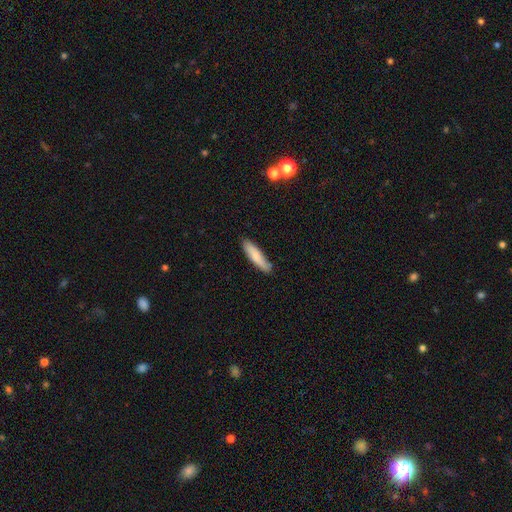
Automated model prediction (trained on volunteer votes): A smooth galaxy with no disk features (81%) that is cigar-shaped (79%).

Vote fractions:
- Smooth or featured? smooth: 81% / featured or disk: 13% / star or artifact: 6%
- How rounded? cigar-shaped: 79% / in between: 20% / round: 1%
- Merging? none: 82% / minor disturbance: 14% / major disturbance: 2% / merger: 2%